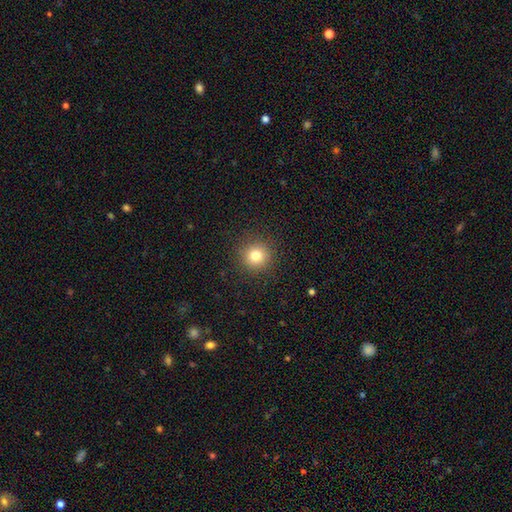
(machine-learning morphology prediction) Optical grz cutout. It shows a smooth galaxy with no disk features (80%) that is round (94%). Merging: none (91%).